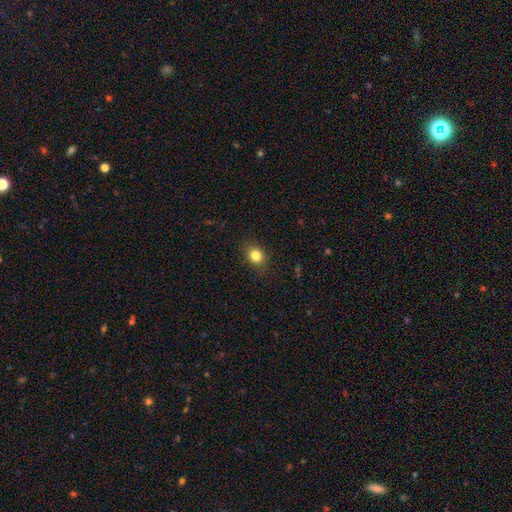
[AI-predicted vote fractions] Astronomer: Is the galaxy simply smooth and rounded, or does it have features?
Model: smooth — 83%.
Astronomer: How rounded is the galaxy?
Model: round — 61% (runner-up: in between, 38%).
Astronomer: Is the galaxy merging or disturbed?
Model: none — 86%.